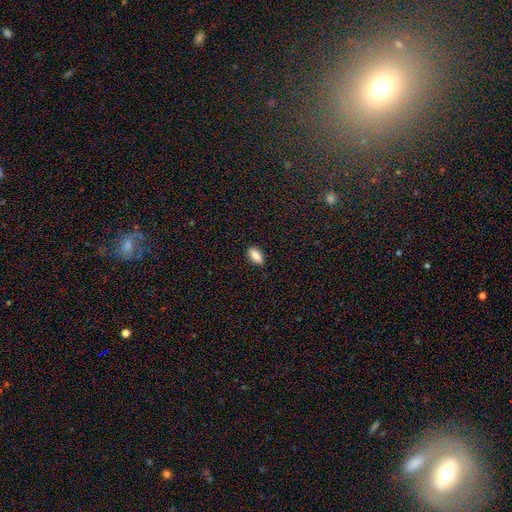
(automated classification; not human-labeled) Smooth or featured?
  - smooth: 87% *
  - star or artifact: 8%
  - featured or disk: 5%
How rounded?
  - in between: 86% *
  - cigar-shaped: 11%
  - round: 3%
Merging?
  - none: 87% *
  - minor disturbance: 10%
  - major disturbance: 2%
  - merger: 1%